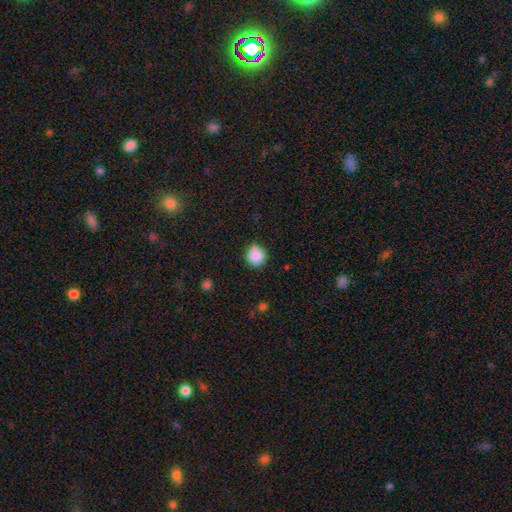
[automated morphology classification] smooth 85%, star or artifact 9%, featured or disk 5%. Down the decision tree: how rounded — round (90%); merging — none (76%).